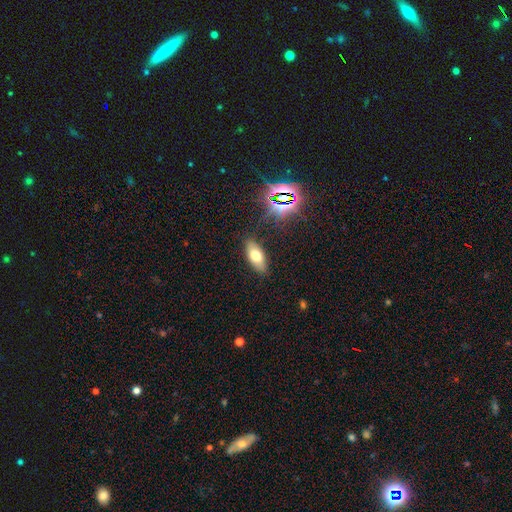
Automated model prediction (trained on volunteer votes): Overall: smooth (68%). How rounded: in between (83%). Merging: none (85%).